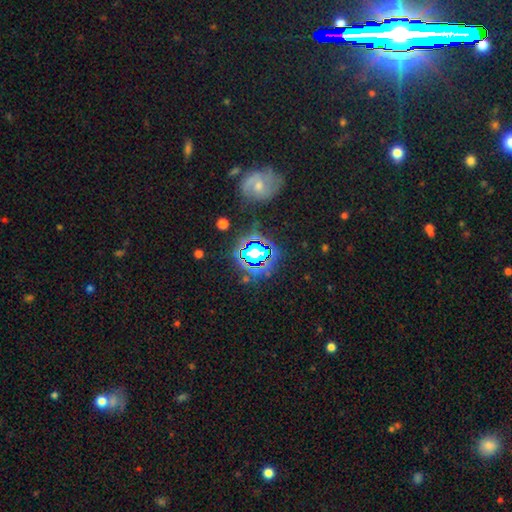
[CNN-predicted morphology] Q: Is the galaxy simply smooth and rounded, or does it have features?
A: star or artifact — 69%.